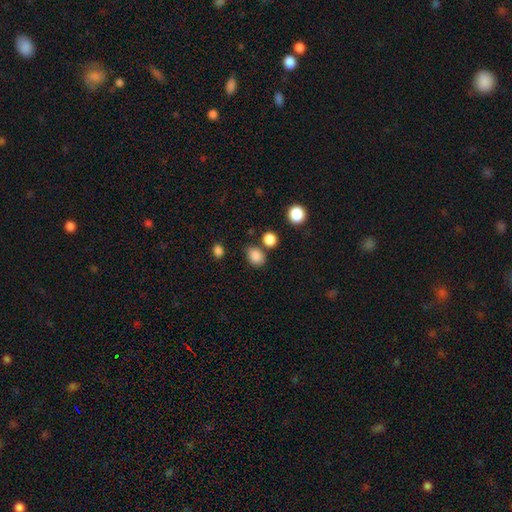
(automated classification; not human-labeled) A smooth galaxy with no disk features (85%) that is in between round and cigar-shaped (57%). Merging: none (71%).